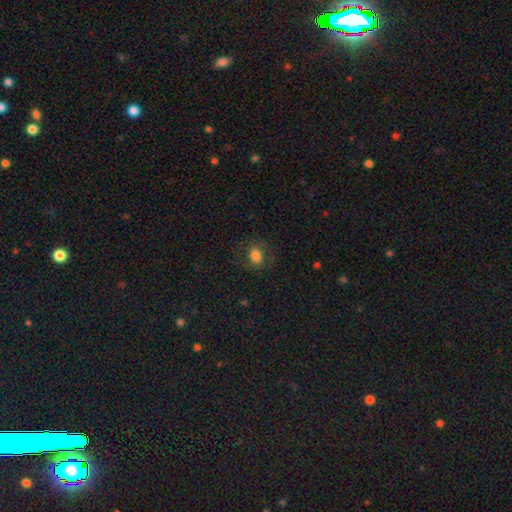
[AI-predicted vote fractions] smooth 74%, featured or disk 15%, star or artifact 11%. Down the decision tree: how rounded — in between (58%); merging — none (74%).